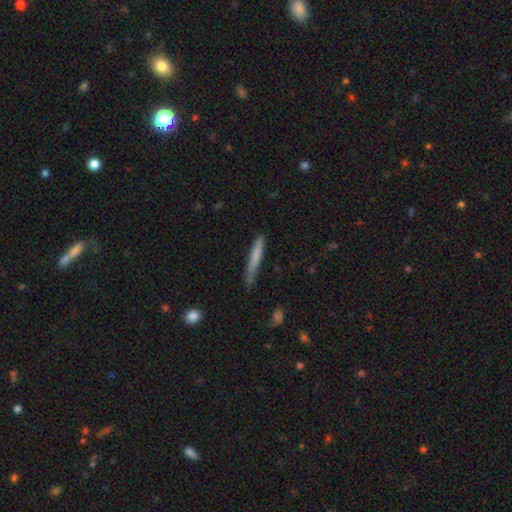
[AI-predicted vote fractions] smooth 70%, featured or disk 24%, star or artifact 6%. Down the decision tree: how rounded — cigar-shaped (95%); merging — none (72%).